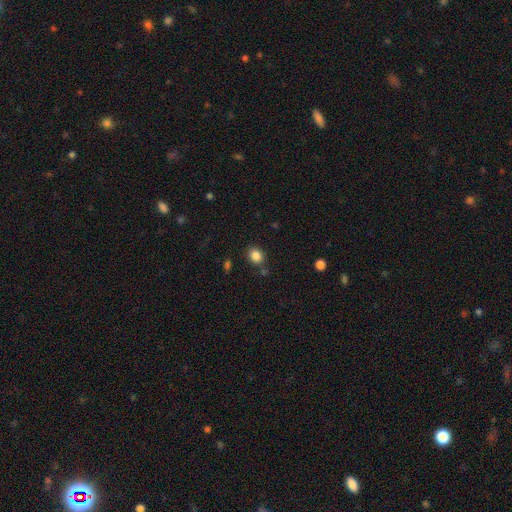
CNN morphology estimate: A smooth galaxy with no disk features (85%) that is round (54%). Merging: none (80%).